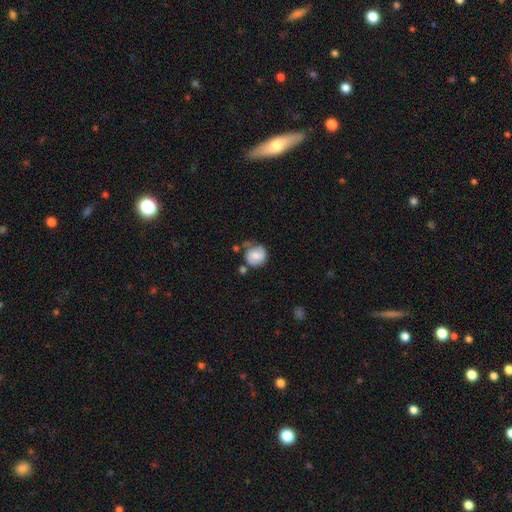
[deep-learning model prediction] A smooth galaxy with no disk features (64%) that is round (82%). Merging: none (51%).